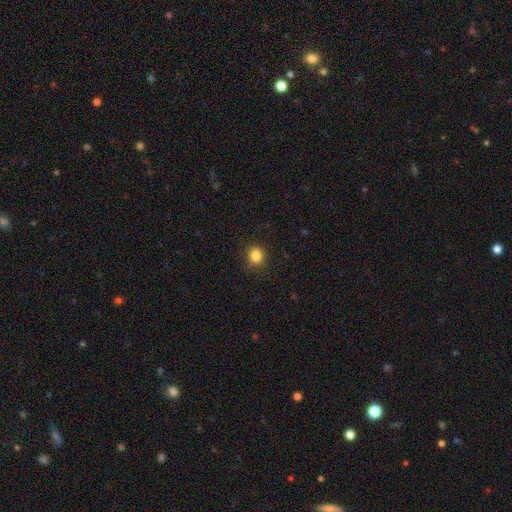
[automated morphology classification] smooth_or_featured: smooth (p=0.84) [alt: star or artifact p=0.12]
how_rounded: round (p=0.87) [alt: in between p=0.12]
merging: none (p=0.88) [alt: minor disturbance p=0.09]